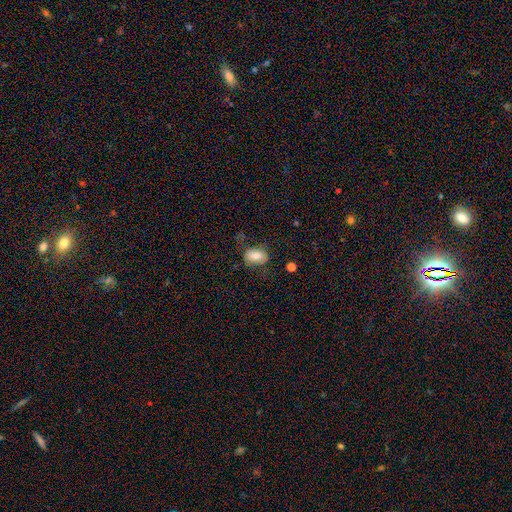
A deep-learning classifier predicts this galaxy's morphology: Q: Smooth or featured?
A: smooth (73%); runner-up: featured or disk (19%)
Q: How rounded?
A: in between (81%); runner-up: round (17%)
Q: Merging?
A: none (60%); runner-up: minor disturbance (23%)